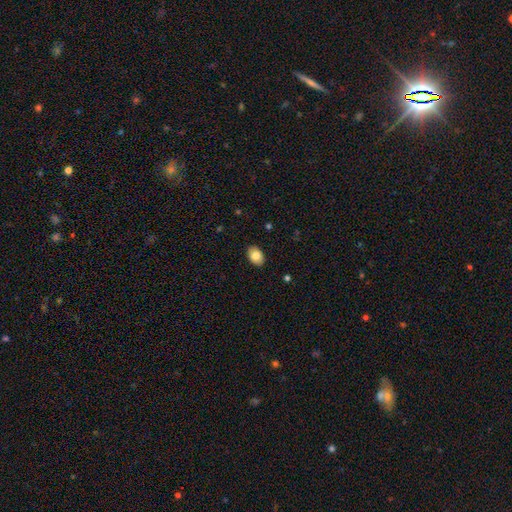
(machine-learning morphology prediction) A smooth galaxy with no disk features (84%) that is in between round and cigar-shaped (83%). Merging: none (89%).